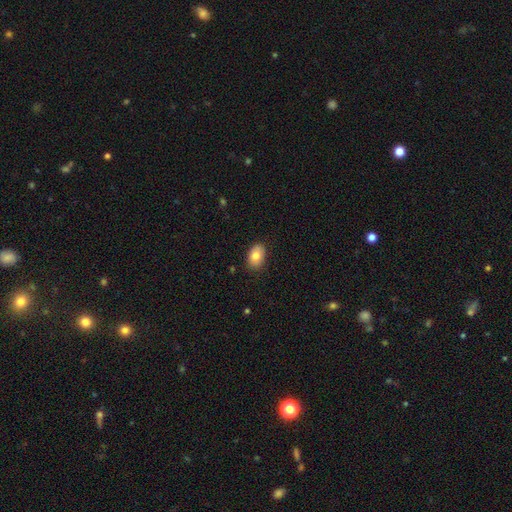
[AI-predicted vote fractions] Smooth or featured?
  - smooth: 80% *
  - featured or disk: 12%
  - star or artifact: 8%
How rounded?
  - in between: 86% *
  - round: 13%
  - cigar-shaped: 1%
Merging?
  - none: 86% *
  - minor disturbance: 11%
  - major disturbance: 2%
  - merger: 1%